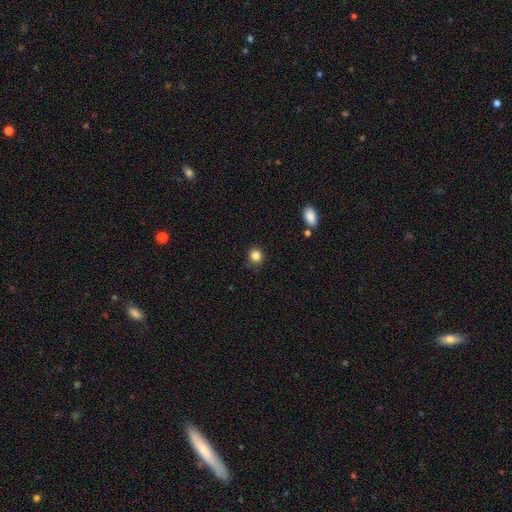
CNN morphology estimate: Overall: smooth (85%). How rounded: round (83%). Merging: none (86%).